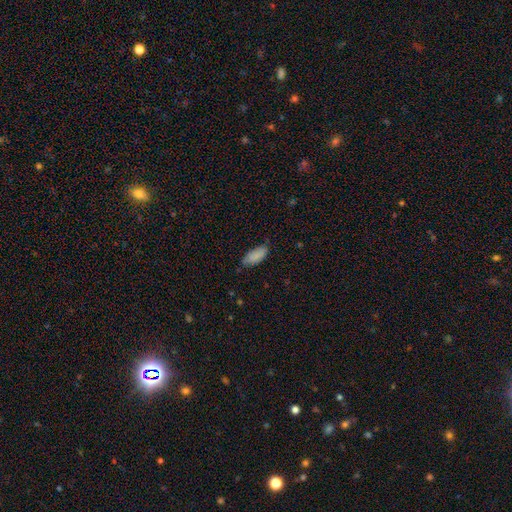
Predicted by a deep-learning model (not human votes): Smooth or featured? smooth (86%)
How rounded? in between (87%)
Merging? none (71%)